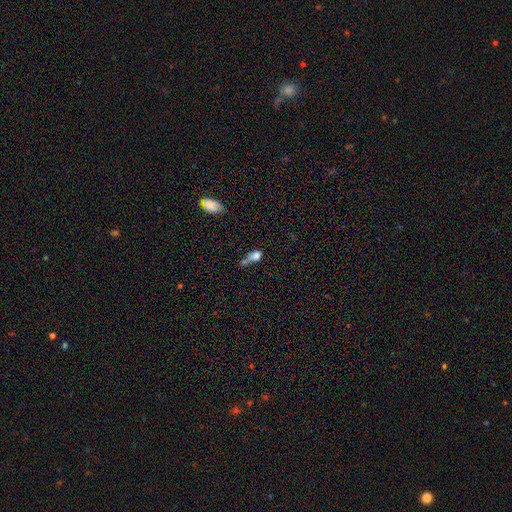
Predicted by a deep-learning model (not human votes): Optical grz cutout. It shows a smooth galaxy with no disk features (72%) that is in between round and cigar-shaped (62%). Merging: merger (47%).